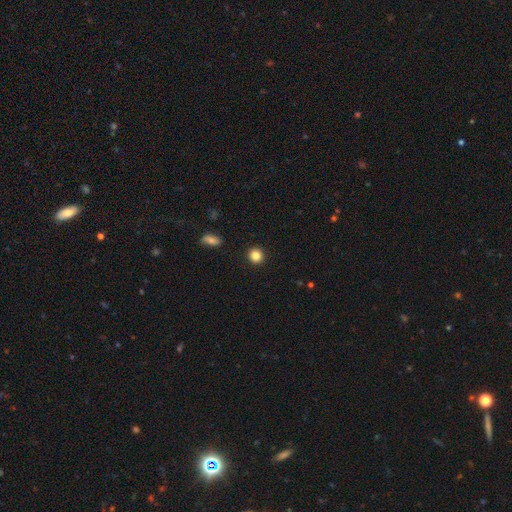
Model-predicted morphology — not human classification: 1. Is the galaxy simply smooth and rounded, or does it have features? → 84% smooth, 10% star or artifact, 6% featured or disk.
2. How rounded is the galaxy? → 92% round, 7% in between, 1% cigar-shaped.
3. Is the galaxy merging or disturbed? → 93% none, 4% minor disturbance, 2% major disturbance, 1% merger.